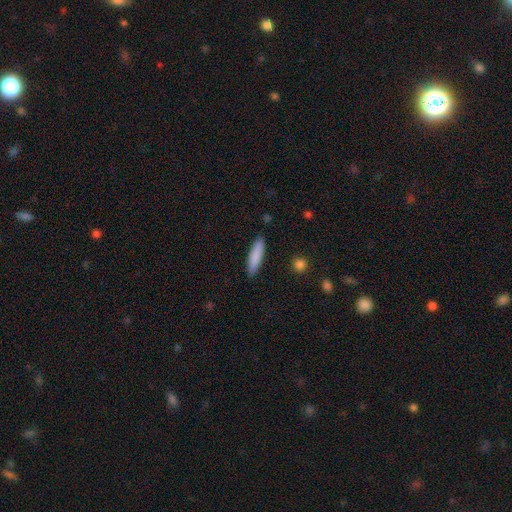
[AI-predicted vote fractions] This is clearly a smooth galaxy (85%). How rounded: likely cigar-shaped (74%). Merging: clearly none (88%).